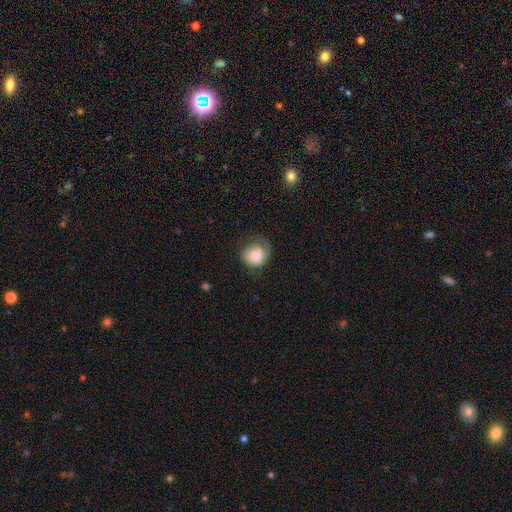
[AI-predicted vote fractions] This appears to be a smooth galaxy with no disk features (62%) that is round (73%). Merging: none (45%).